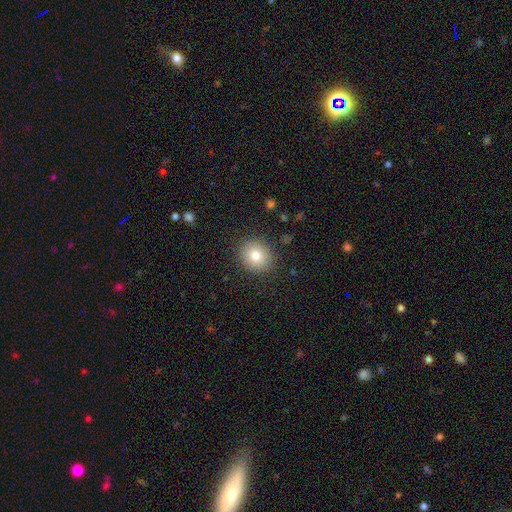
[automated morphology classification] The model was most divided on "how rounded": round: 79%, in between: 20%, cigar-shaped: 1%. More confident: merging — none (88%); smooth or featured — smooth (80%).